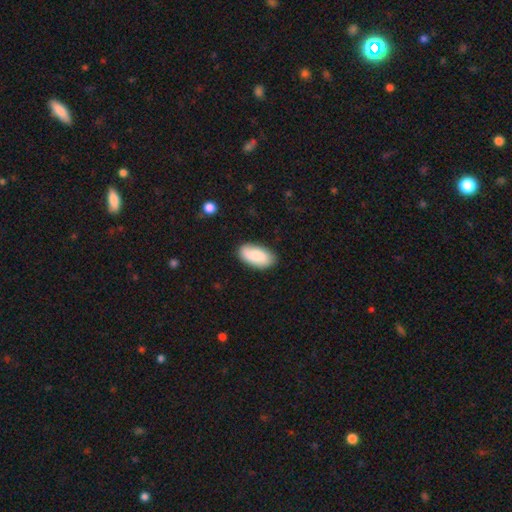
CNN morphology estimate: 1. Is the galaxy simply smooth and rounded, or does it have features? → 77% smooth, 17% featured or disk, 6% star or artifact.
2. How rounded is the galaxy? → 94% in between, 3% cigar-shaped, 3% round.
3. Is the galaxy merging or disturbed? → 84% none, 12% minor disturbance, 3% major disturbance, 1% merger.